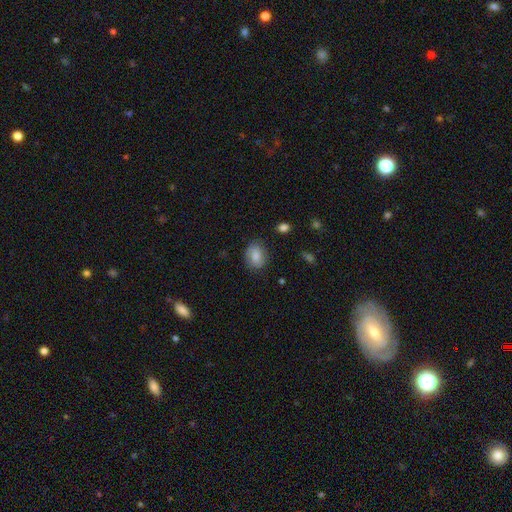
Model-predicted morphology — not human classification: A smooth galaxy with no disk features (75%) that is in between round and cigar-shaped (62%). Merging: none (77%).